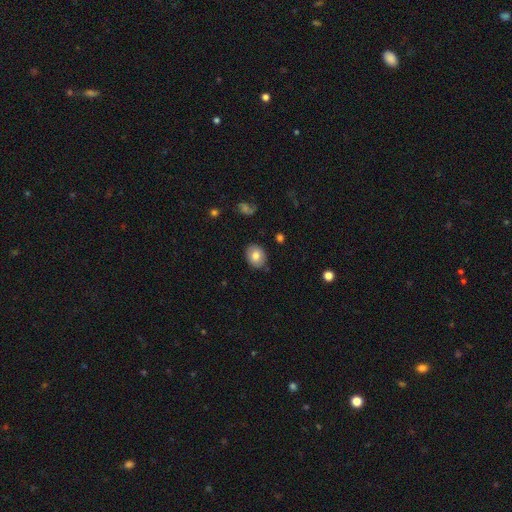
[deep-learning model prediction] A smooth galaxy with no disk features (78%) that is in between round and cigar-shaped (50%).

Vote fractions:
- Smooth or featured? smooth: 78% / featured or disk: 14% / star or artifact: 8%
- How rounded? in between: 50% / round: 49% / cigar-shaped: 1%
- Merging? none: 84% / minor disturbance: 12% / major disturbance: 2% / merger: 1%